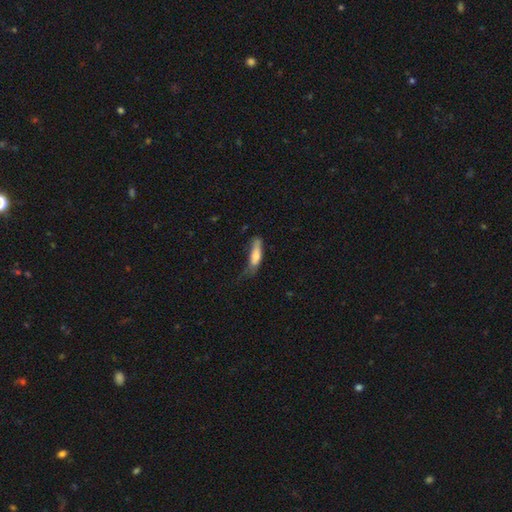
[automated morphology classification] The model was most divided on "merging": none: 42%, minor disturbance: 37%, major disturbance: 18%, merger: 3%. More confident: smooth or featured — smooth (71%); how rounded — cigar-shaped (57%).